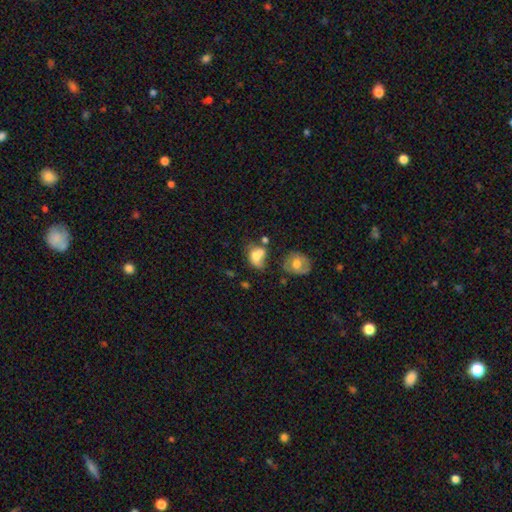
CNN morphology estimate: Smooth or featured? Predicted: smooth (p=0.68). How rounded? Predicted: in between (p=0.62). Merging? Predicted: none (p=0.31).